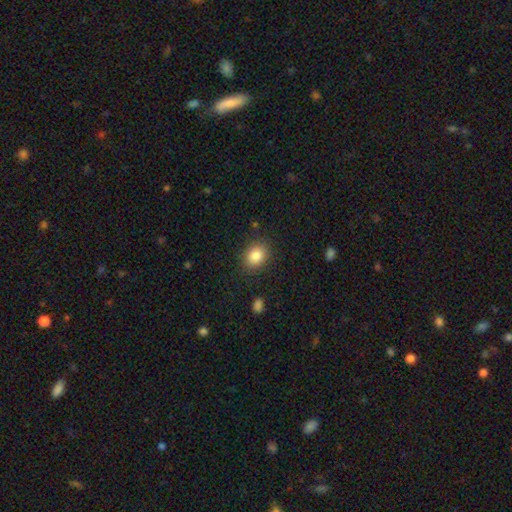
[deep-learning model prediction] Overall: smooth (85%). How rounded: in between (57%; round 42%). Merging: none (86%).